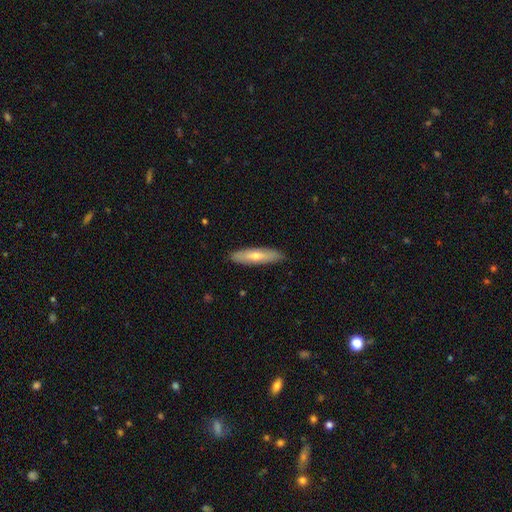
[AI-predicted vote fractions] The model was most divided on "smooth or featured": smooth: 59%, featured or disk: 35%, star or artifact: 6%. More confident: merging — none (89%); how rounded — cigar-shaped (73%).